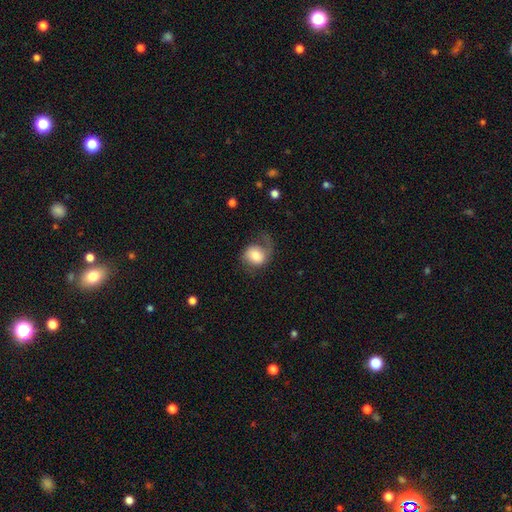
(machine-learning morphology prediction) type=smooth (58%); roundness=round (58%); merging=none (38%).